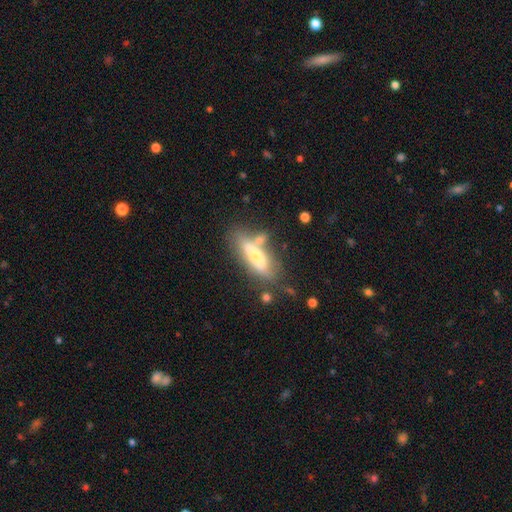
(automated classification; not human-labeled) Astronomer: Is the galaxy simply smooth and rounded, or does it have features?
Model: smooth — 55% (runner-up: featured or disk, 38%).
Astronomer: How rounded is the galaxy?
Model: cigar-shaped — 52% (runner-up: in between, 46%).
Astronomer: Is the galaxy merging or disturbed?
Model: none — 52%.